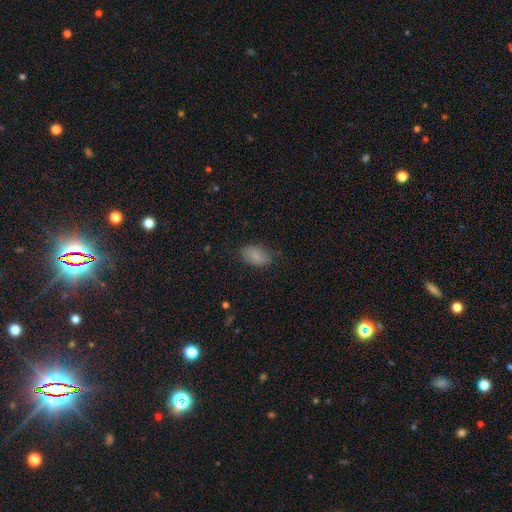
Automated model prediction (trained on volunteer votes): Smooth or featured? smooth (84%)
How rounded? in between (89%)
Merging? none (77%)